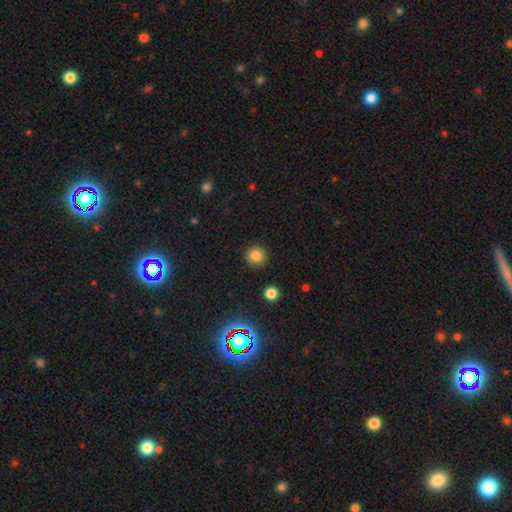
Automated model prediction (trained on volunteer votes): This is clearly a smooth galaxy (82%). How rounded: clearly round (93%). Merging: clearly none (90%).